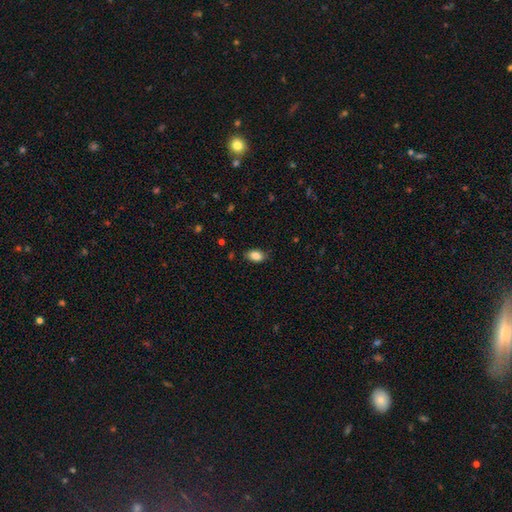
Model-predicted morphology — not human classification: Overall: smooth (86%). How rounded: in between (88%). Merging: none (82%).